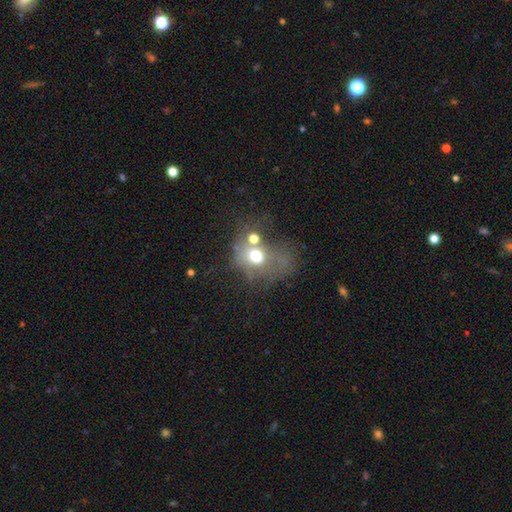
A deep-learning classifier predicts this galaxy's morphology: Smooth or featured: smooth — 57% (featured or disk — 26%)
How rounded: round — 57% (in between — 42%)
Merging: merger — 36% (major disturbance — 27%)